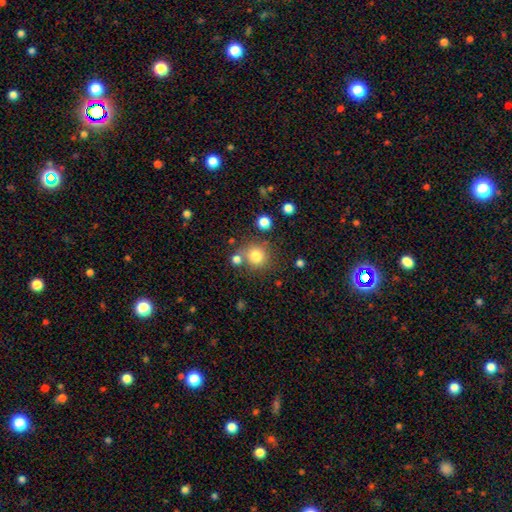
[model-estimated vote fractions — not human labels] The model was most divided on "merging": none: 71%, merger: 14%, minor disturbance: 11%, major disturbance: 4%. More confident: how rounded — round (89%); smooth or featured — smooth (79%).